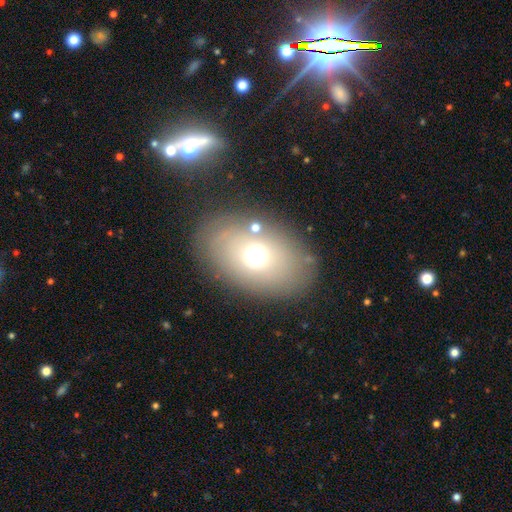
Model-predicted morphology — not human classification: smooth 61%, featured or disk 25%, star or artifact 14%. Down the decision tree: how rounded — in between (79%); merging — none (79%).